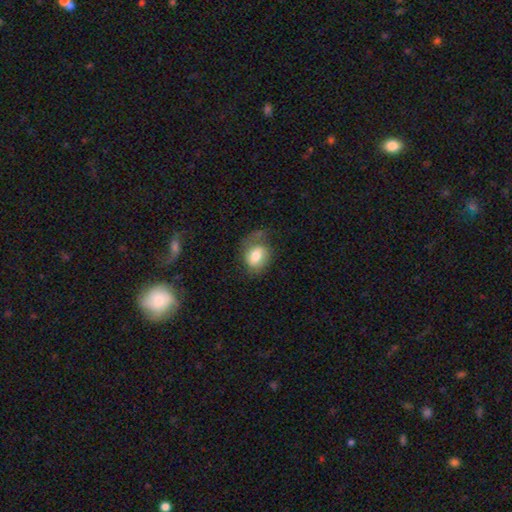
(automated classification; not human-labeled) A smooth galaxy with no disk features (67%) that is in between round and cigar-shaped (56%). Merging: none (44%).